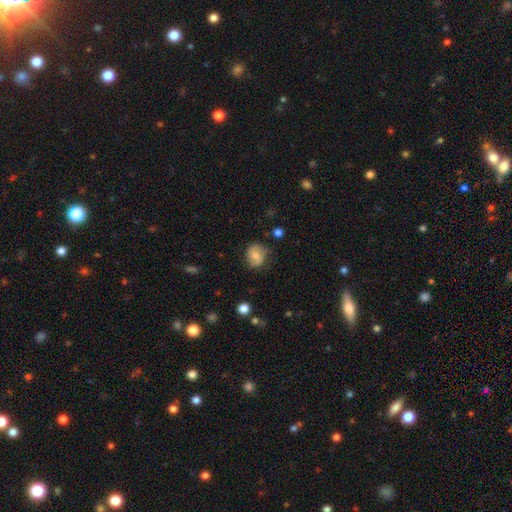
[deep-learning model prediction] Smooth or featured? Predicted: smooth (p=0.70). How rounded? Predicted: round (p=0.62). Merging? Predicted: none (p=0.71).